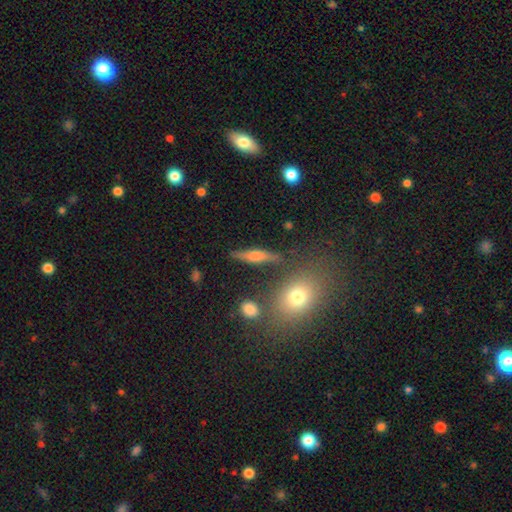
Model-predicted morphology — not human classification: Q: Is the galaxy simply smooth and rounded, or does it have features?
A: featured or disk — 50%.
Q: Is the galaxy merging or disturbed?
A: none — 75%.